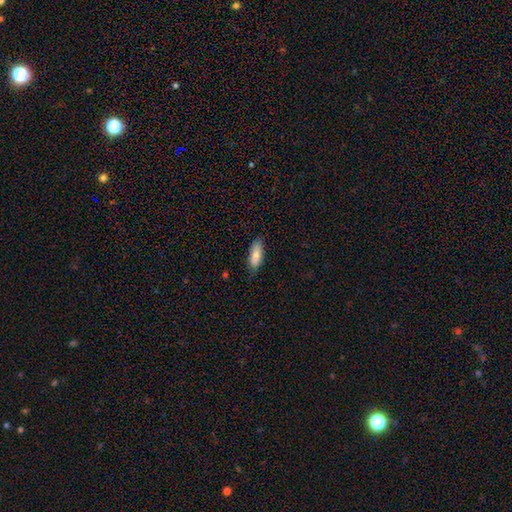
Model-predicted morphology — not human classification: This appears to be a smooth galaxy with no disk features (82%) that is in between round and cigar-shaped (71%). Merging: none (81%).